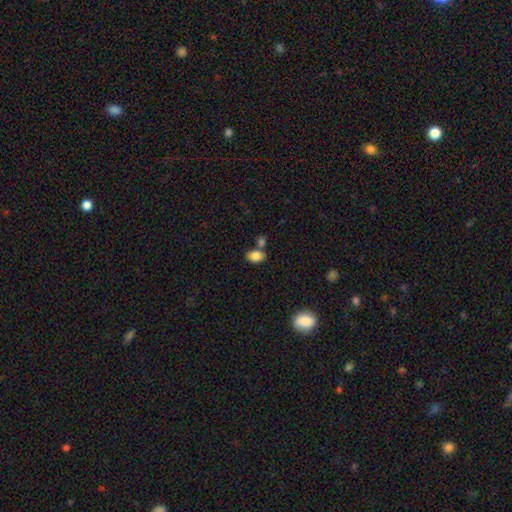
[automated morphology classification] Smooth or featured? smooth (85%)
How rounded? in between (82%)
Merging? none (61%)